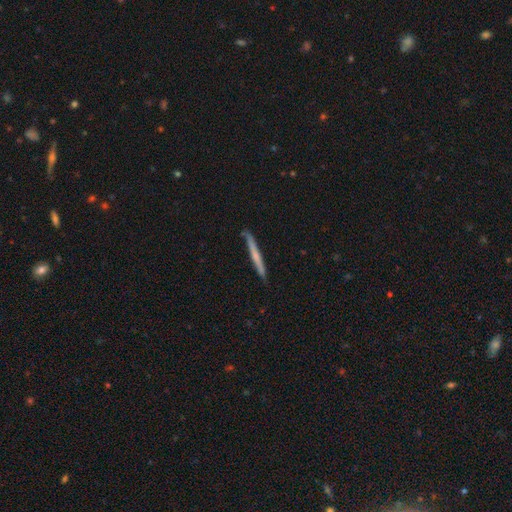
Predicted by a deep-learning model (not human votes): Smooth or featured: smooth — 49% (featured or disk — 46%)
Merging: none — 87% (minor disturbance — 10%)